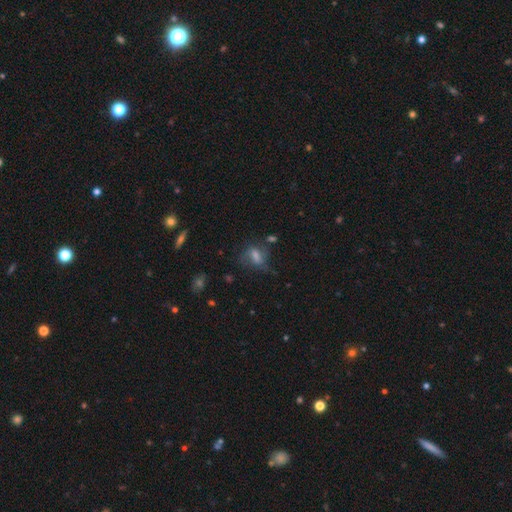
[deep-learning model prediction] Smooth or featured: smooth — 55% (featured or disk — 32%)
How rounded: in between — 72% (round — 23%)
Merging: none — 45% (minor disturbance — 25%)